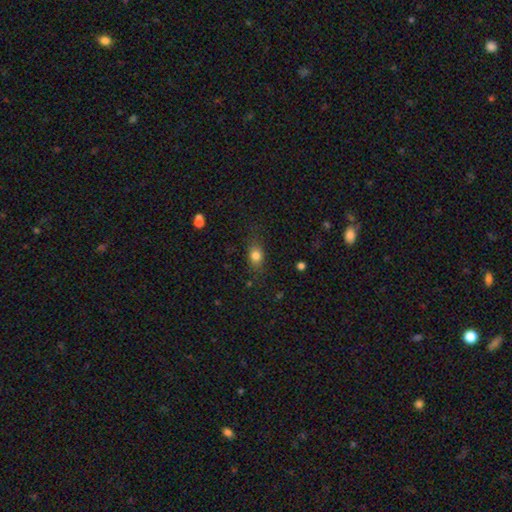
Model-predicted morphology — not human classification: Smooth or featured: smooth — 79% (star or artifact — 11%)
How rounded: in between — 62% (round — 33%)
Merging: none — 74% (minor disturbance — 18%)